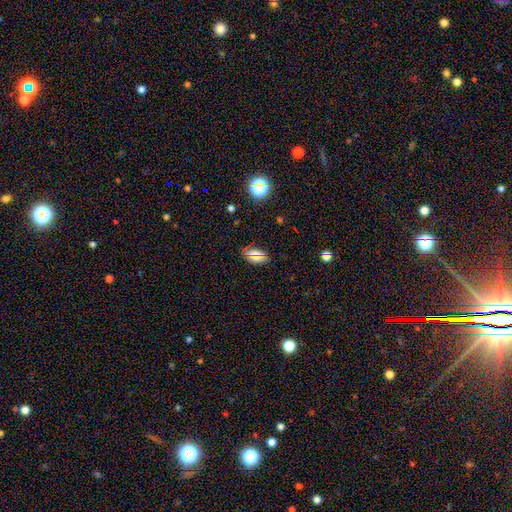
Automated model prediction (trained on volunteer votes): A smooth galaxy with no disk features (67%) that is in between round and cigar-shaped (86%). Merging: none (84%).